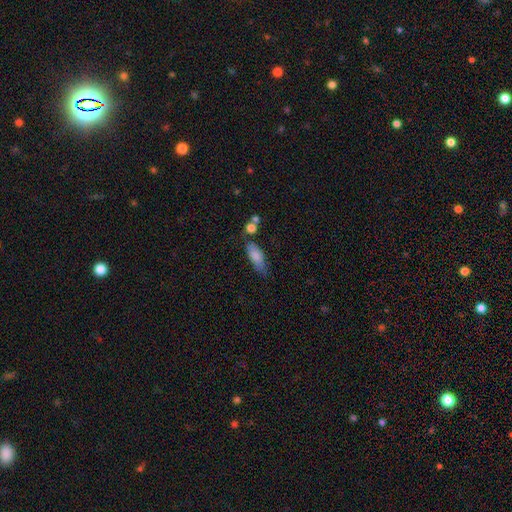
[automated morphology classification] type=smooth (81%); roundness=in between (70%); merging=none (55%).